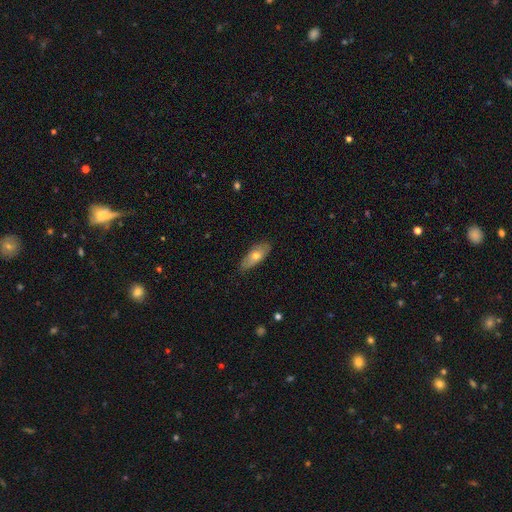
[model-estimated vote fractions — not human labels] Smooth or featured? smooth (61%)
How rounded? in between (76%)
Merging? none (80%)